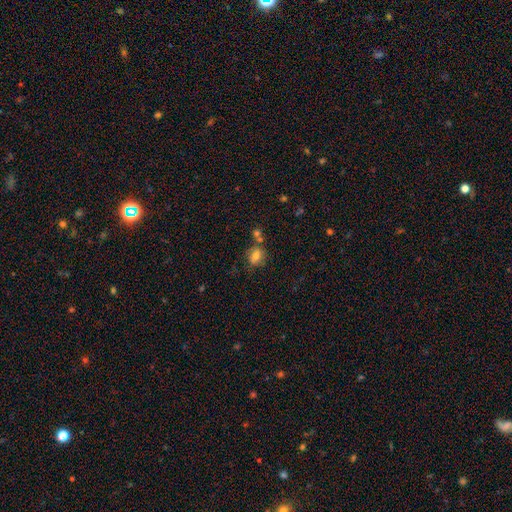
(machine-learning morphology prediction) Smooth or featured?
  - smooth: 73% *
  - featured or disk: 15%
  - star or artifact: 12%
How rounded?
  - in between: 63% *
  - round: 35%
  - cigar-shaped: 2%
Merging?
  - none: 54% *
  - merger: 21%
  - minor disturbance: 18%
  - major disturbance: 7%